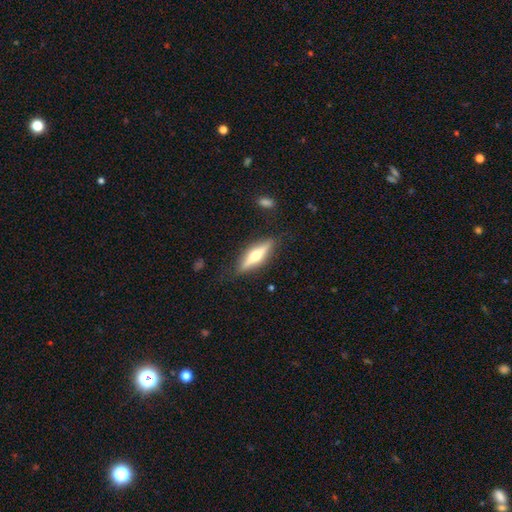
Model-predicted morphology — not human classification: Q: Smooth or featured?
A: featured or disk (63%); runner-up: smooth (31%)
Q: Edge-on disk?
A: yes (94%); runner-up: no (6%)
Q: Edge-on bulge?
A: rounded (93%); runner-up: boxy (4%)
Q: Merging?
A: none (84%); runner-up: minor disturbance (11%)